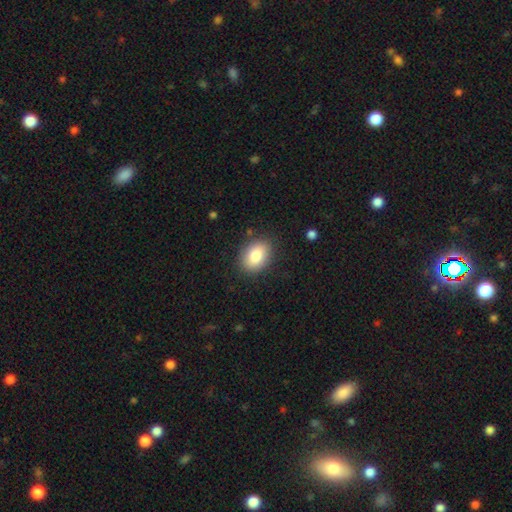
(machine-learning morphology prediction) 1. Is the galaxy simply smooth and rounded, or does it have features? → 83% smooth, 9% featured or disk, 7% star or artifact.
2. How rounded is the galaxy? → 77% in between, 22% round, 1% cigar-shaped.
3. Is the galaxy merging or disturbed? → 85% none, 11% minor disturbance, 3% major disturbance, 1% merger.